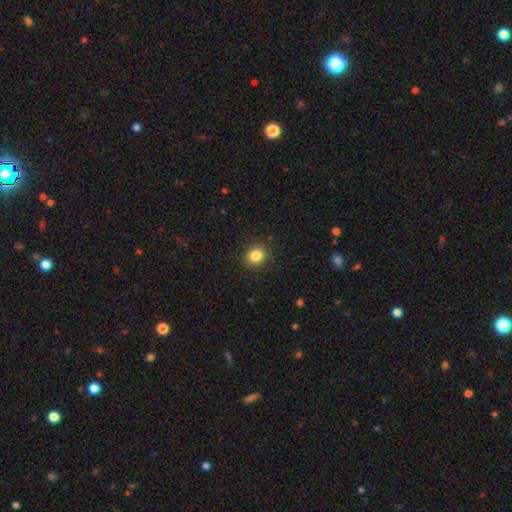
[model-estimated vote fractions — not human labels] Morphology: type=smooth (84%); roundness=round (72%); merging=none (90%).